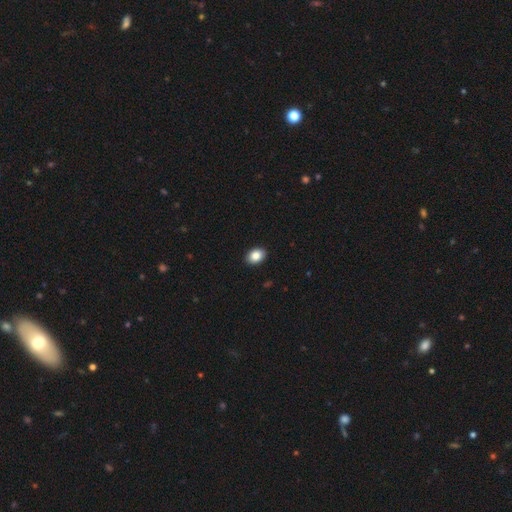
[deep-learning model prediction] Smooth or featured?
  - smooth: 87% *
  - star or artifact: 8%
  - featured or disk: 5%
How rounded?
  - in between: 75% *
  - round: 24%
  - cigar-shaped: 1%
Merging?
  - none: 91% *
  - minor disturbance: 7%
  - major disturbance: 2%
  - merger: 1%